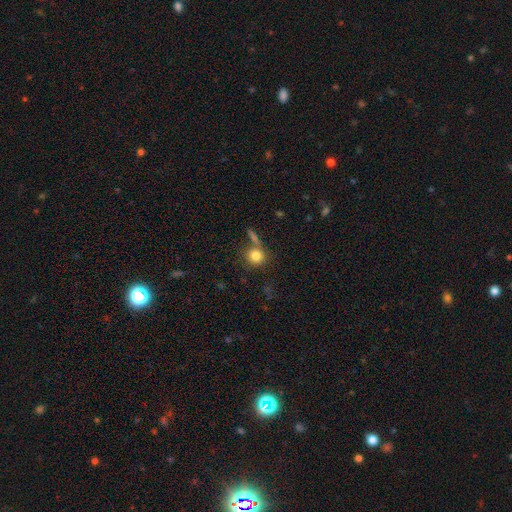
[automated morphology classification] smooth_or_featured: smooth (p=0.81) [alt: star or artifact p=0.10]
how_rounded: round (p=0.86) [alt: in between p=0.12]
merging: none (p=0.63) [alt: merger p=0.19]